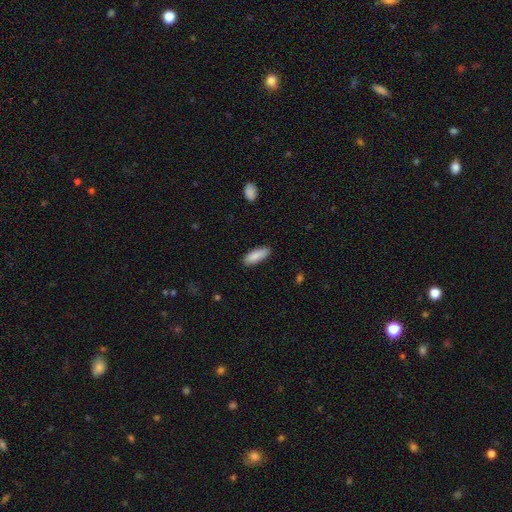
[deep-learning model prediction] Overall: smooth (89%). How rounded: in between (68%; cigar-shaped 30%). Merging: none (87%).